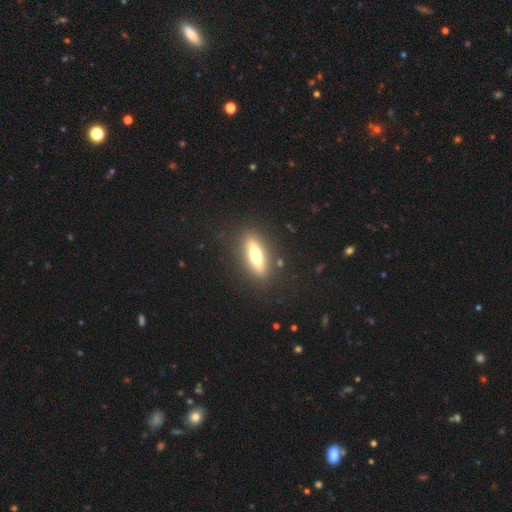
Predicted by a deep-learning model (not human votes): Overall: smooth (47%; featured or disk 46%). Merging: none (87%).